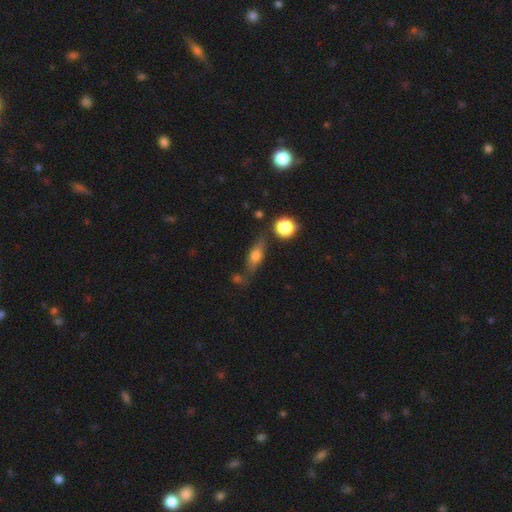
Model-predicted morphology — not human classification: This appears to be a smooth galaxy with no disk features (56%) that is in between round and cigar-shaped (52%). Merging: none (68%).